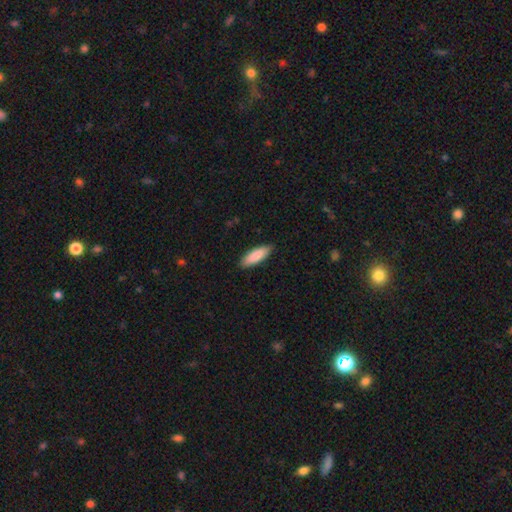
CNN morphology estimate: The model was most divided on "how rounded": in between: 58%, cigar-shaped: 41%, round: 1%. More confident: merging — none (88%); smooth or featured — smooth (88%).